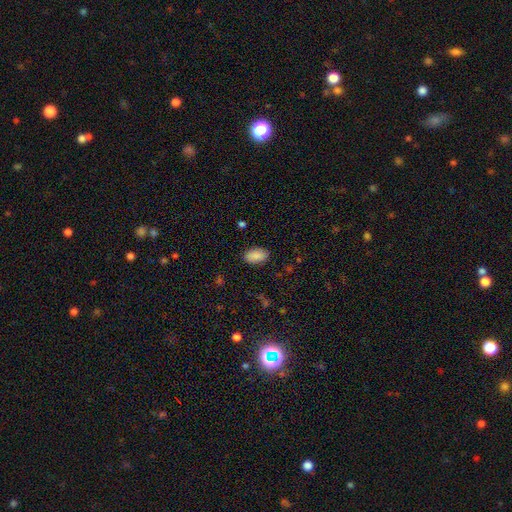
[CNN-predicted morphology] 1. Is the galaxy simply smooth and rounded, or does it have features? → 88% smooth, 7% star or artifact, 5% featured or disk.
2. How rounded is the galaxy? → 94% in between, 4% round, 2% cigar-shaped.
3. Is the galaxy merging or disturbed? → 87% none, 10% minor disturbance, 2% major disturbance, 1% merger.